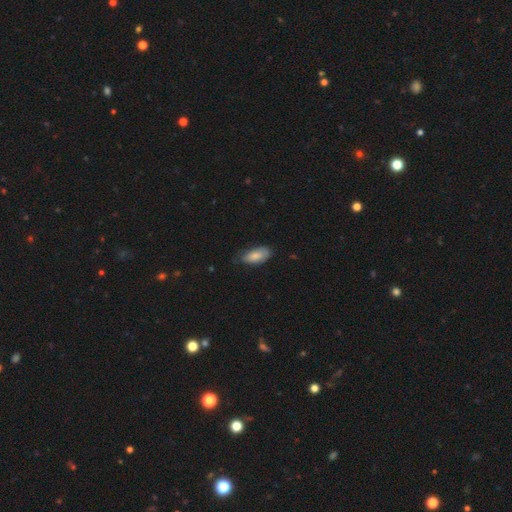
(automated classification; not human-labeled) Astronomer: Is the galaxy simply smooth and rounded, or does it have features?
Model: smooth — 79%.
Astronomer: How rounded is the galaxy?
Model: in between — 88%.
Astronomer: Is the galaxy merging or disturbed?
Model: none — 62%.